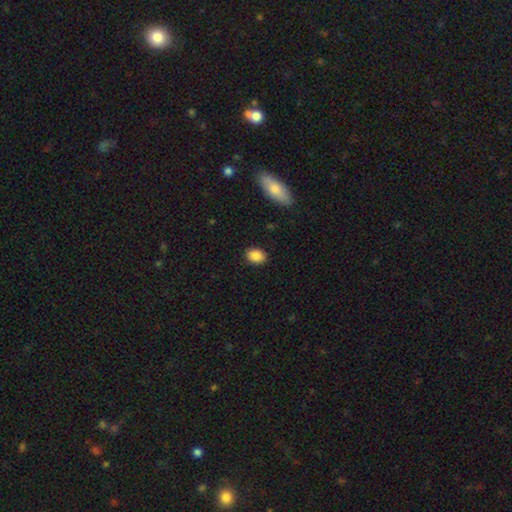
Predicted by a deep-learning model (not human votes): Smooth or featured: smooth — 87% (star or artifact — 8%)
How rounded: in between — 70% (round — 29%)
Merging: none — 88% (minor disturbance — 9%)